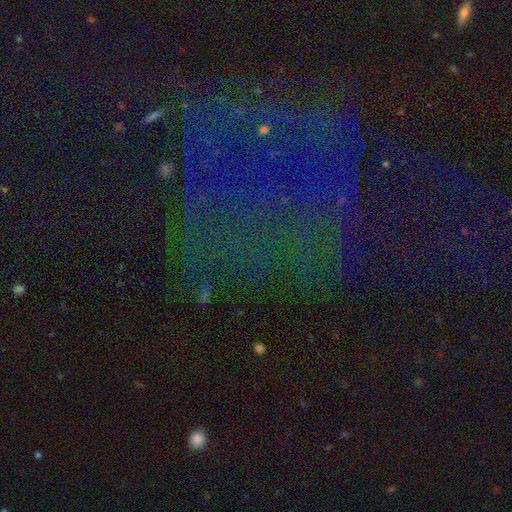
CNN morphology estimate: This is likely a star or artifact rather than a galaxy (67%).